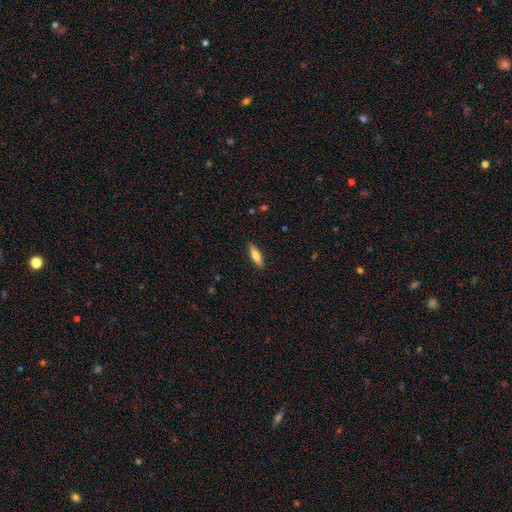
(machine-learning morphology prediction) This appears to be a smooth galaxy with no disk features (70%) that is cigar-shaped (55%). Merging: none (89%).